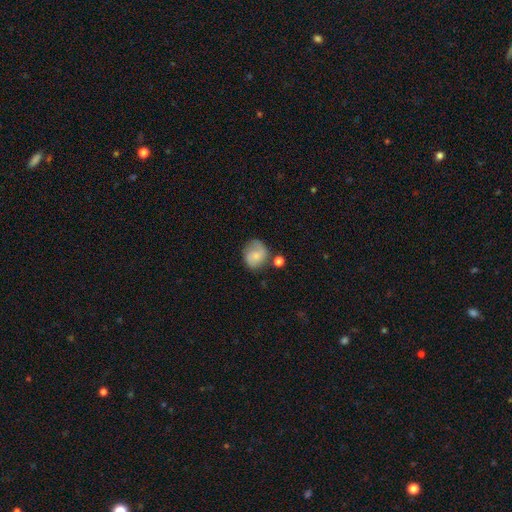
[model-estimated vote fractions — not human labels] This appears to be a smooth galaxy with no disk features (65%) that is round (65%). Merging: none (56%).